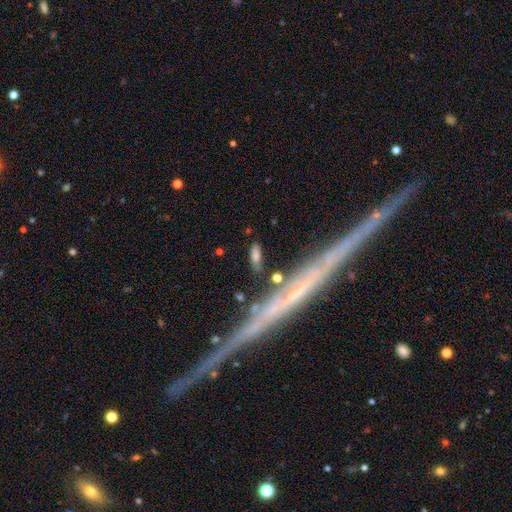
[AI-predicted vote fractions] Smooth or featured: smooth — 72% (featured or disk — 21%)
How rounded: in between — 55% (cigar-shaped — 40%)
Merging: none — 71% (minor disturbance — 16%)